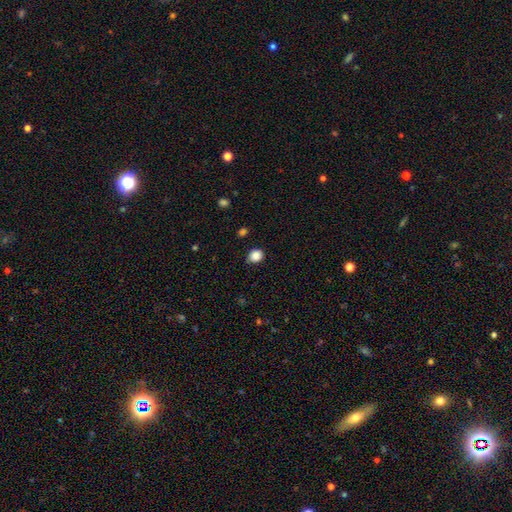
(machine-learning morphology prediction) The model was most divided on "how rounded": round: 73%, in between: 26%, cigar-shaped: 1%. More confident: smooth or featured — smooth (87%); merging — none (85%).